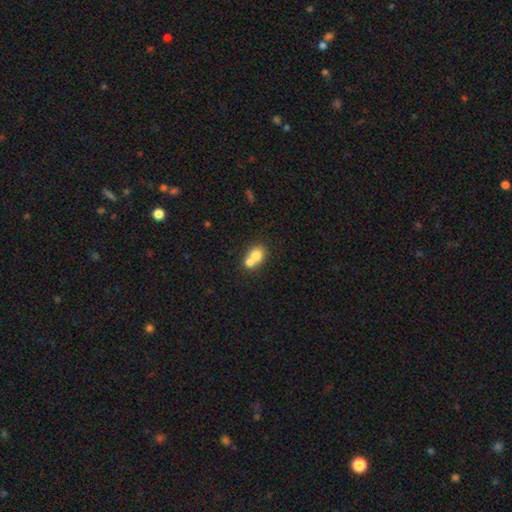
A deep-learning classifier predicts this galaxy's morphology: Smooth or featured: smooth — 73% (featured or disk — 17%)
How rounded: round — 64% (in between — 35%)
Merging: merger — 63% (none — 28%)